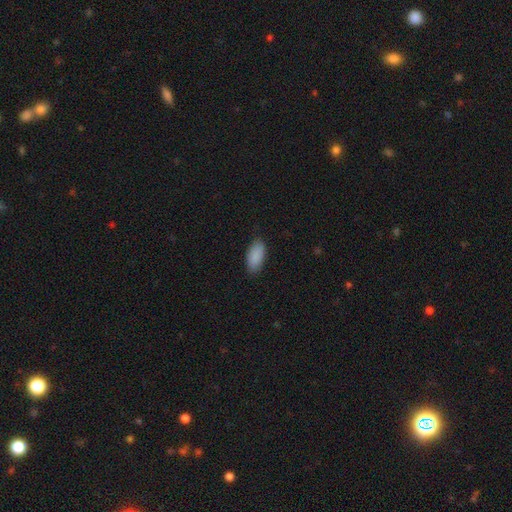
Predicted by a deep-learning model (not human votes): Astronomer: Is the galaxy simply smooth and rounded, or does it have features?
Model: smooth — 90%.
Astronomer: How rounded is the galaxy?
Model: in between — 91%.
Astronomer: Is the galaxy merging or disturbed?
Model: none — 85%.